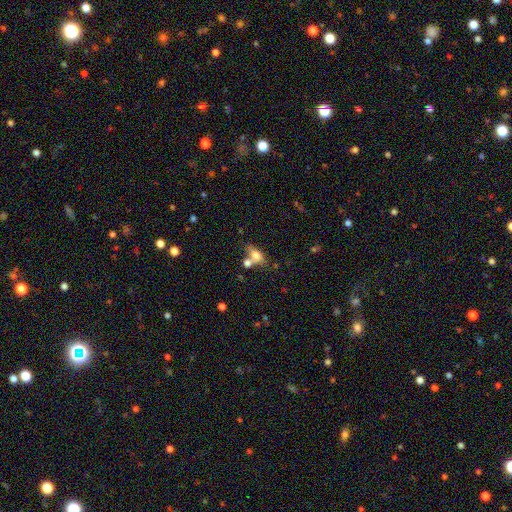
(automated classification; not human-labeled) A smooth galaxy with no disk features (69%) that is in between round and cigar-shaped (76%). Merging: merger (41%).